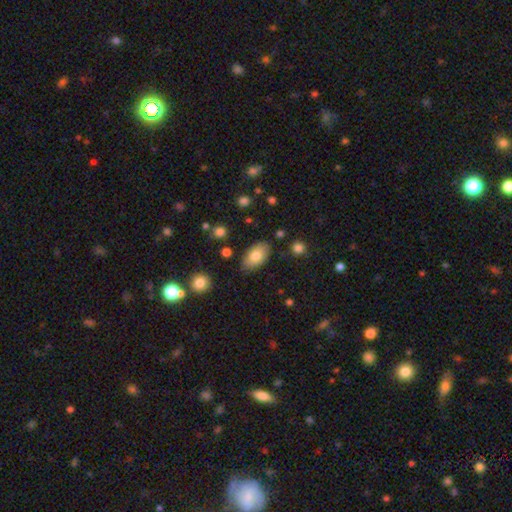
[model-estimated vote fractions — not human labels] This appears to be a smooth galaxy with no disk features (80%) that is in between round and cigar-shaped (93%). Merging: none (82%).